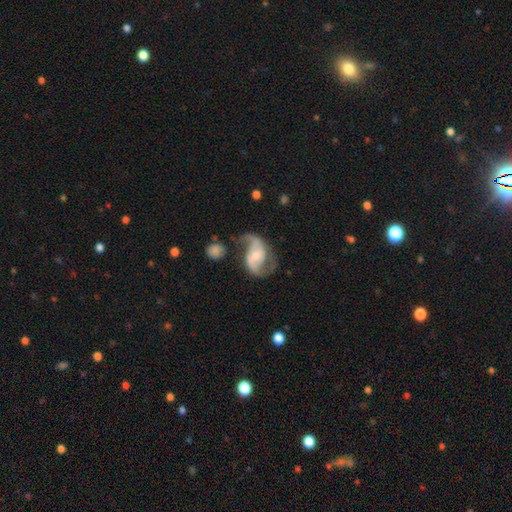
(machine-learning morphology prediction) Smooth or featured? featured or disk (85%)
Edge-on disk? no (97%)
Bar? no (52%)
Spiral arms? yes (94%)
Spiral winding? loose (46%)
Spiral arm count? 2 (89%)
Bulge size? small (48%)
Merging? none (57%)